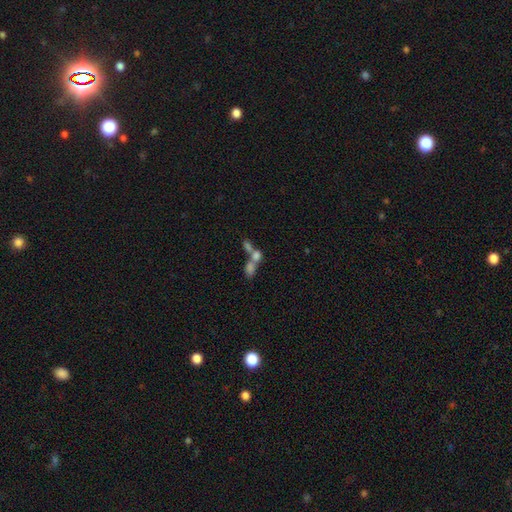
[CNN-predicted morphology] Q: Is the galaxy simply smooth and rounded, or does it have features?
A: smooth — 45%.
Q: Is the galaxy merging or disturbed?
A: merger — 45%.